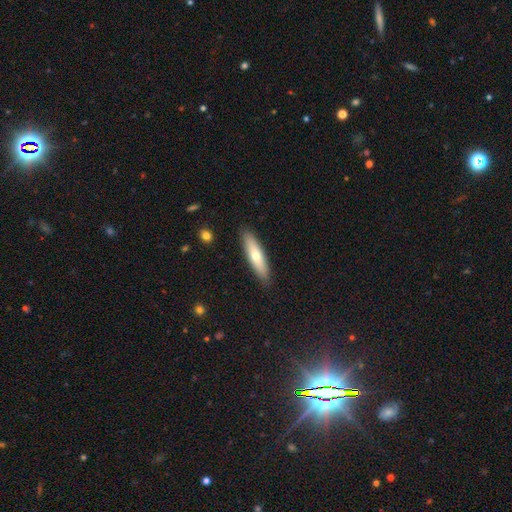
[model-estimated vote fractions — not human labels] Smooth or featured: smooth — 63% (featured or disk — 31%)
How rounded: cigar-shaped — 72% (in between — 27%)
Merging: none — 89% (minor disturbance — 8%)